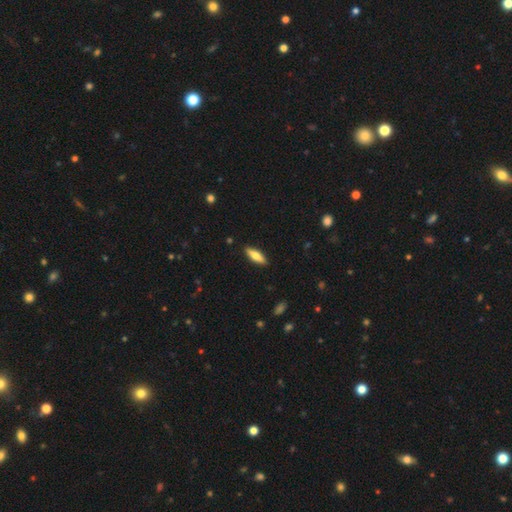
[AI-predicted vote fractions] Q: Smooth or featured?
A: smooth (68%); runner-up: featured or disk (26%)
Q: How rounded?
A: cigar-shaped (51%); runner-up: in between (47%)
Q: Merging?
A: none (89%); runner-up: minor disturbance (8%)